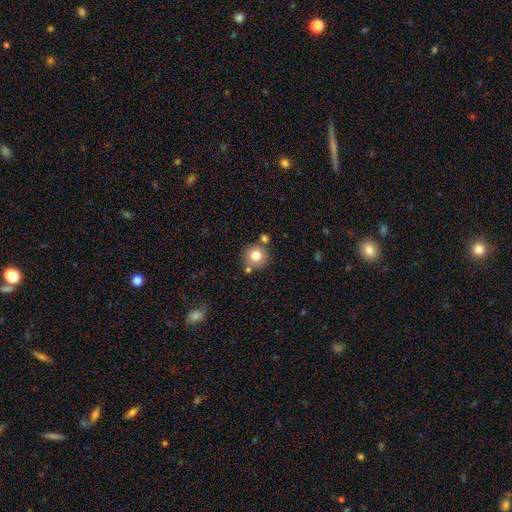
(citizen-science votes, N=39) A smooth galaxy with no disk features (74%) that is round (97%).

Vote fractions:
- Smooth or featured? smooth: 74% / featured or disk: 18% / star or artifact: 8%
- How rounded? round: 97% / in between: 3% / cigar-shaped: 0%
- Merging? none: 86% / merger: 8% / major disturbance: 6% / minor disturbance: 0%